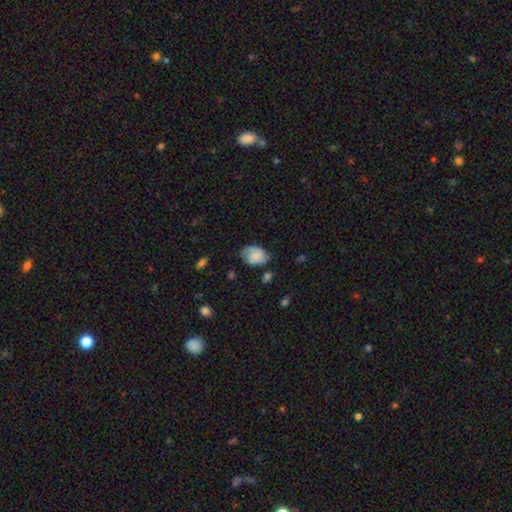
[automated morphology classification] A smooth galaxy with no disk features (63%) that is in between round and cigar-shaped (82%).

Vote fractions:
- Smooth or featured? smooth: 63% / featured or disk: 28% / star or artifact: 9%
- How rounded? in between: 82% / round: 17% / cigar-shaped: 1%
- Merging? none: 59% / minor disturbance: 29% / major disturbance: 9% / merger: 3%